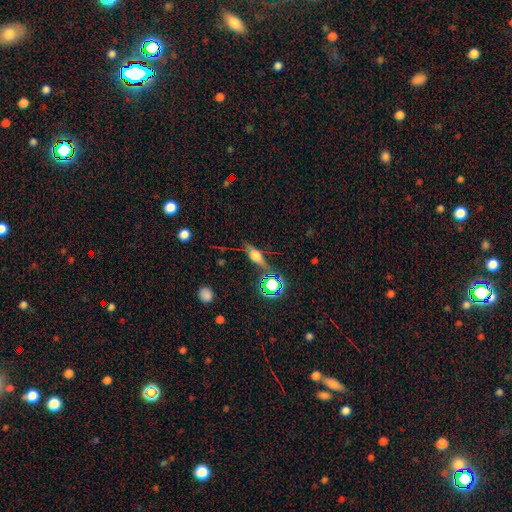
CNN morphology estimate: featured or disk 44%, smooth 34%, star or artifact 23%. Down the decision tree: merging — none (73%).